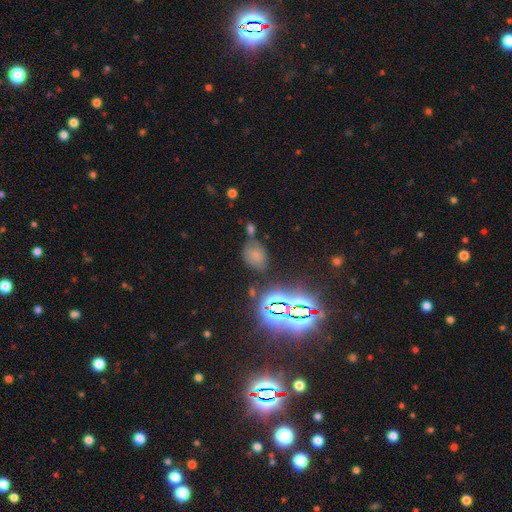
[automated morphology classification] Q: Smooth or featured?
A: smooth (55%); runner-up: star or artifact (33%)
Q: How rounded?
A: in between (65%); runner-up: round (34%)
Q: Merging?
A: none (56%); runner-up: minor disturbance (21%)